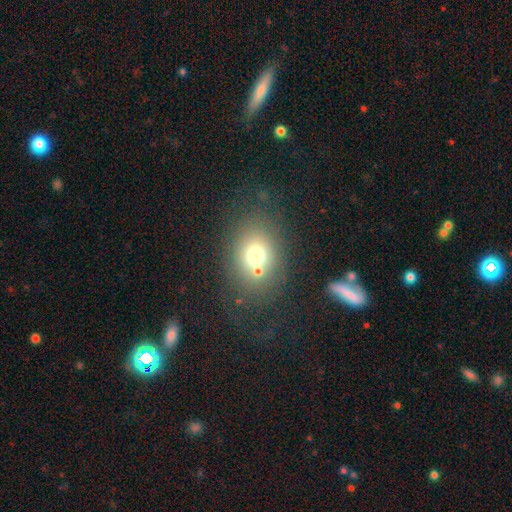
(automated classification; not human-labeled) Overall: smooth (69%). How rounded: round (54%; in between 45%). Merging: none (64%).